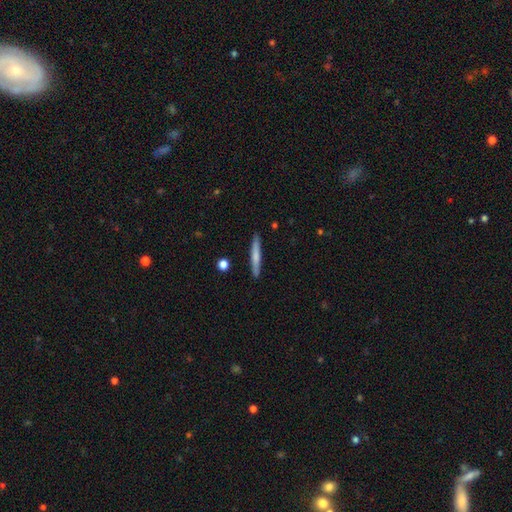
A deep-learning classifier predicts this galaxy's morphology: smooth-or-featured: smooth: 65% | featured or disk: 30% | star or artifact: 6%
  how-rounded: cigar-shaped: 95% | in between: 3% | round: 1%
  merging: none: 90% | minor disturbance: 7% | merger: 2% | major disturbance: 1%